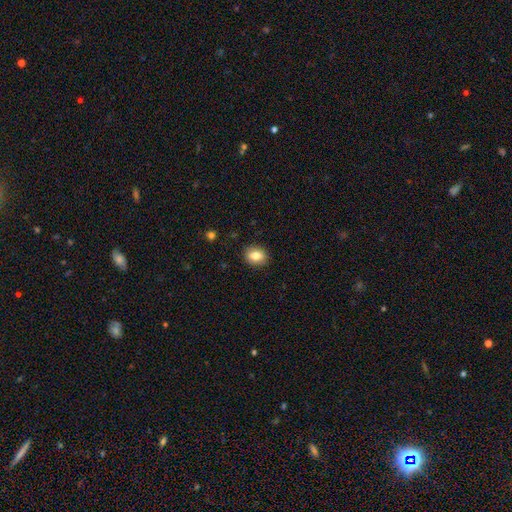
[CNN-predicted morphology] The model was most divided on "how rounded": in between: 53%, round: 46%, cigar-shaped: 1%. More confident: merging — none (89%); smooth or featured — smooth (81%).